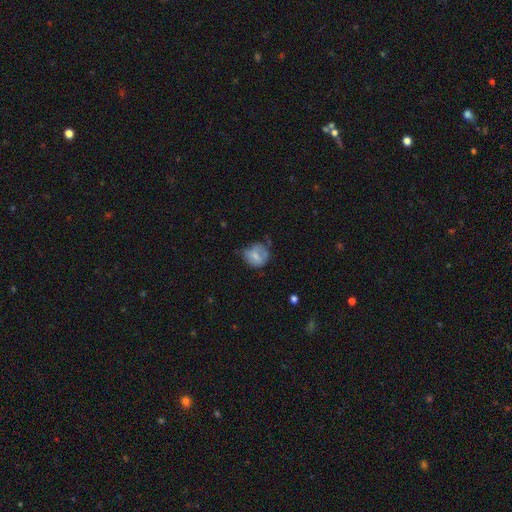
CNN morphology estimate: A smooth galaxy with no disk features (65%) that is round (66%). Merging: none (41%).